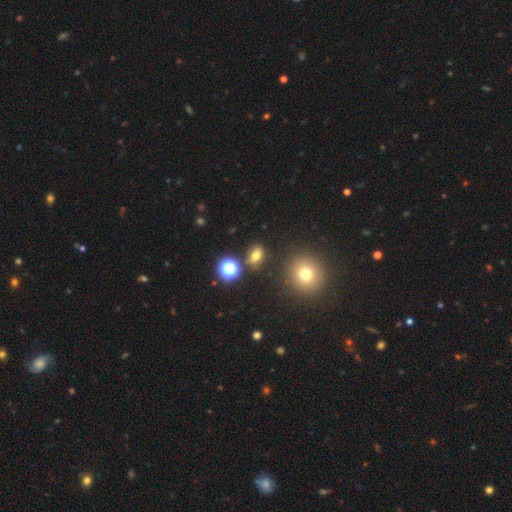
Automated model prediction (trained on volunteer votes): Smooth or featured: smooth — 66% (star or artifact — 22%)
How rounded: in between — 66% (round — 31%)
Merging: none — 79% (minor disturbance — 11%)